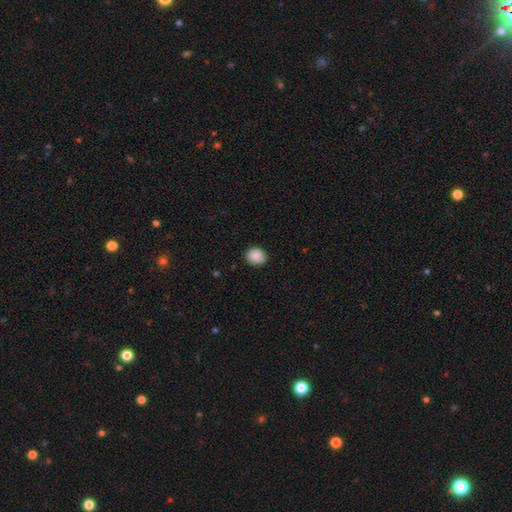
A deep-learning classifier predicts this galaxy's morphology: Smooth or featured? smooth (89%)
How rounded? round (74%)
Merging? none (86%)